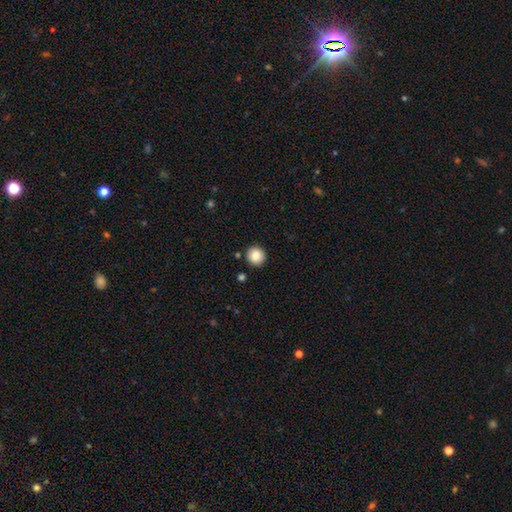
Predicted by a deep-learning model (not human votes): smooth_or_featured: smooth (p=0.86) [alt: star or artifact p=0.09]
how_rounded: round (p=0.93) [alt: in between p=0.06]
merging: none (p=0.90) [alt: minor disturbance p=0.06]